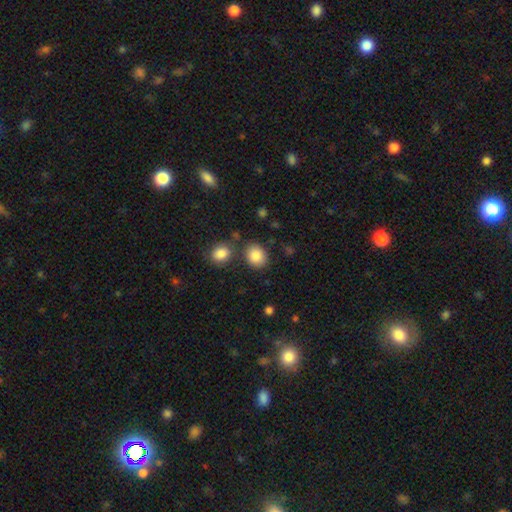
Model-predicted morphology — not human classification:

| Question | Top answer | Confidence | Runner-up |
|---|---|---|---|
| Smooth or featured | smooth | 86% | star or artifact (9%) |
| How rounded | round | 59% | in between (40%) |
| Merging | none | 77% | minor disturbance (10%) |